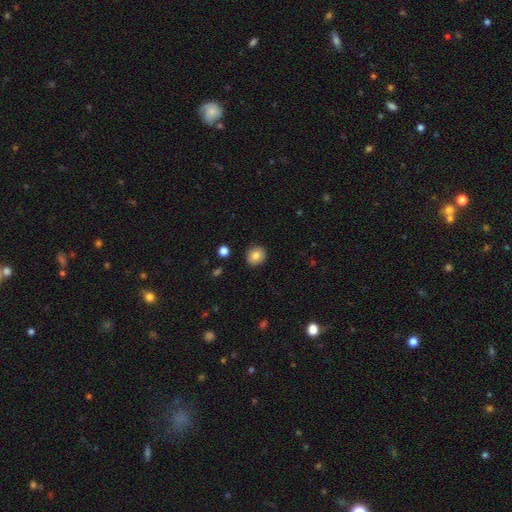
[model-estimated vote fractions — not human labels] This is clearly a smooth galaxy (80%). How rounded: clearly round (85%). Merging: clearly none (91%).